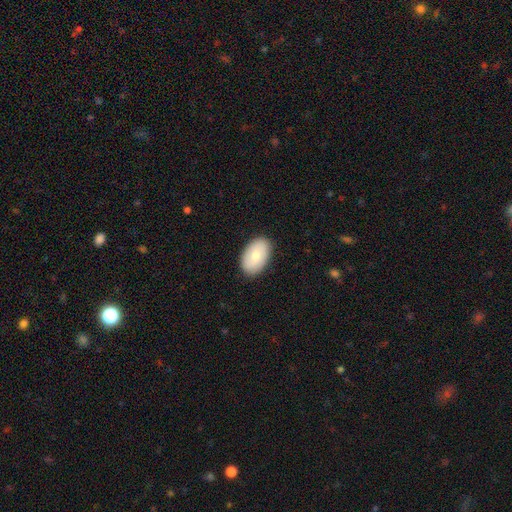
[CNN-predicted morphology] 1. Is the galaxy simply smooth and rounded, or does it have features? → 73% smooth, 21% featured or disk, 6% star or artifact.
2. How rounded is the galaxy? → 92% in between, 7% round, 1% cigar-shaped.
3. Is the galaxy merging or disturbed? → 88% none, 9% minor disturbance, 2% major disturbance, 1% merger.